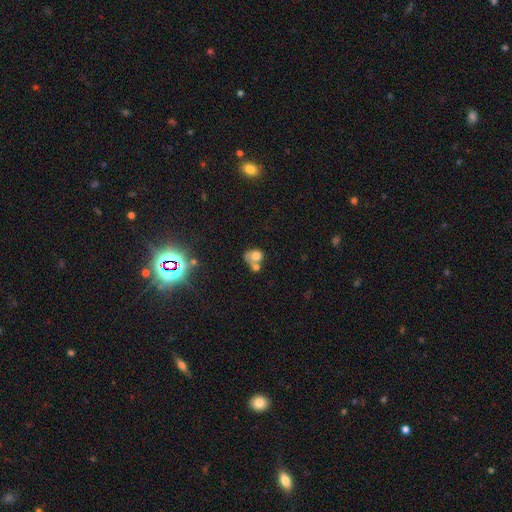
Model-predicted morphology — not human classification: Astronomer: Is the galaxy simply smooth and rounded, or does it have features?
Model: smooth — 68%.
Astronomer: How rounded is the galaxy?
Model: round — 56% (runner-up: in between, 42%).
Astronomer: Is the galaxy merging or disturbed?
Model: merger — 53%.